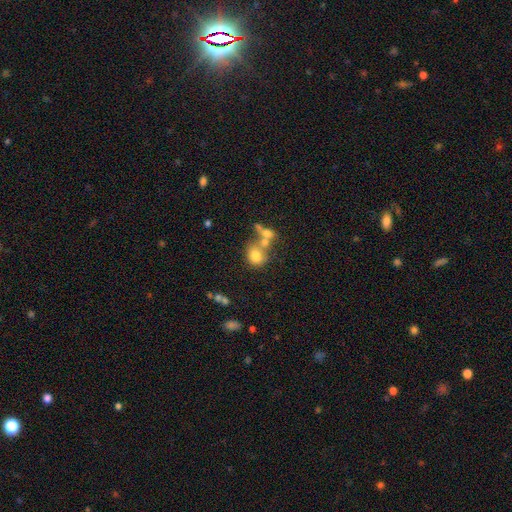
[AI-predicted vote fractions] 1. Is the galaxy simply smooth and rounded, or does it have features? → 73% smooth, 16% featured or disk, 11% star or artifact.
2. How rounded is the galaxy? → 61% round, 37% in between, 1% cigar-shaped.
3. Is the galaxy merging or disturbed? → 43% merger, 38% none, 12% minor disturbance, 7% major disturbance.